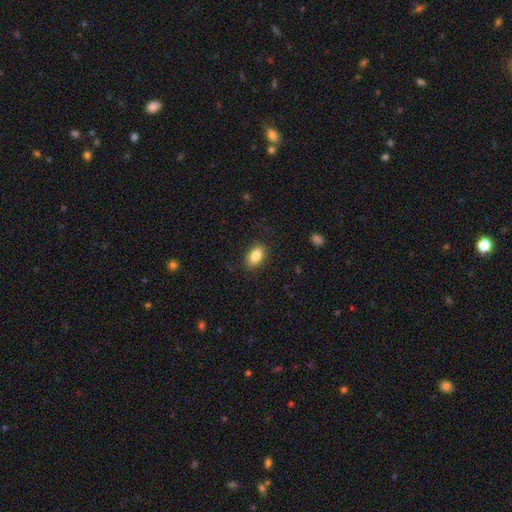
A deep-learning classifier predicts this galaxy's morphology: A smooth galaxy with no disk features (84%) that is in between round and cigar-shaped (89%). Merging: none (87%).